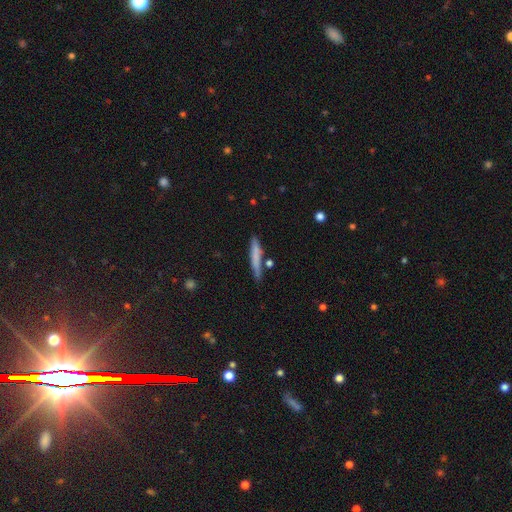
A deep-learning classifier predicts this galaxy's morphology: Smooth or featured? Predicted: smooth (p=0.67). How rounded? Predicted: cigar-shaped (p=0.94). Merging? Predicted: none (p=0.80).